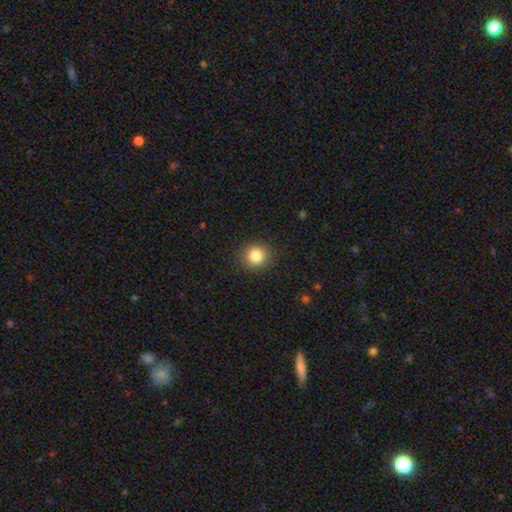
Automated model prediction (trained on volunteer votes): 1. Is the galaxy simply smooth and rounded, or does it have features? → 83% smooth, 11% star or artifact, 6% featured or disk.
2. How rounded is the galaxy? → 87% round, 12% in between, 1% cigar-shaped.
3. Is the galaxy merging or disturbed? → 90% none, 6% minor disturbance, 2% major disturbance, 1% merger.